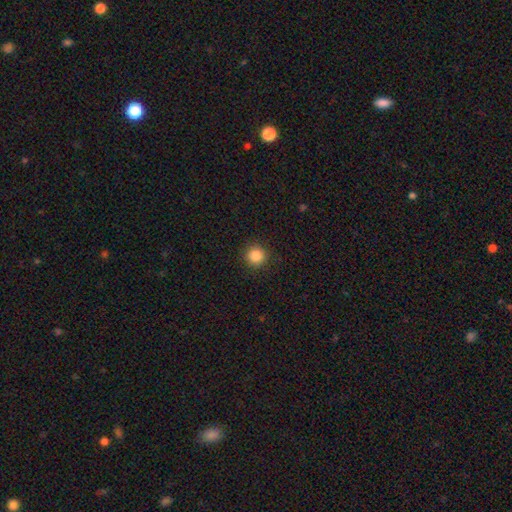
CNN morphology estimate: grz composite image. It shows a smooth galaxy with no disk features (87%) that is round (95%). Merging: none (91%).